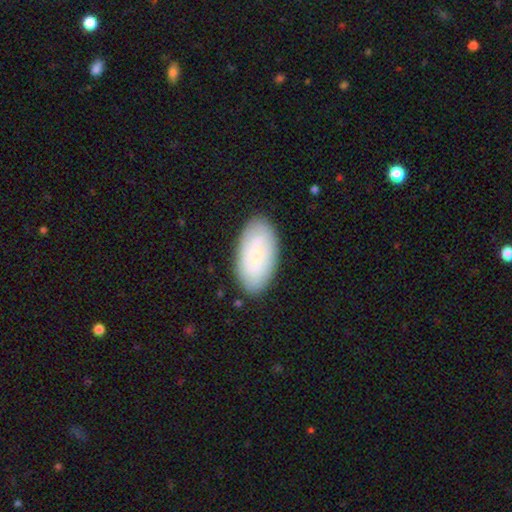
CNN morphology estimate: Overall: smooth (55%; featured or disk 38%). How rounded: in between (94%). Merging: none (85%).